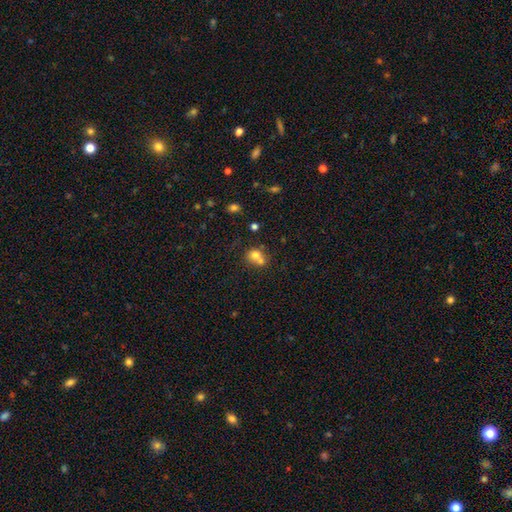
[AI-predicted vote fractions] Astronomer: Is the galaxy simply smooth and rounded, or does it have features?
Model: smooth — 72%.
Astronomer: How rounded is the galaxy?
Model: round — 69%.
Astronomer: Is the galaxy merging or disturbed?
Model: merger — 57%.